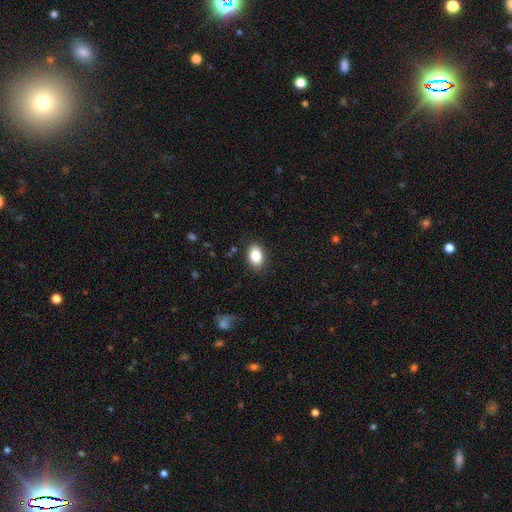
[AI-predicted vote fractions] This appears to be a smooth galaxy with no disk features (85%) that is in between round and cigar-shaped (85%). Merging: none (87%).